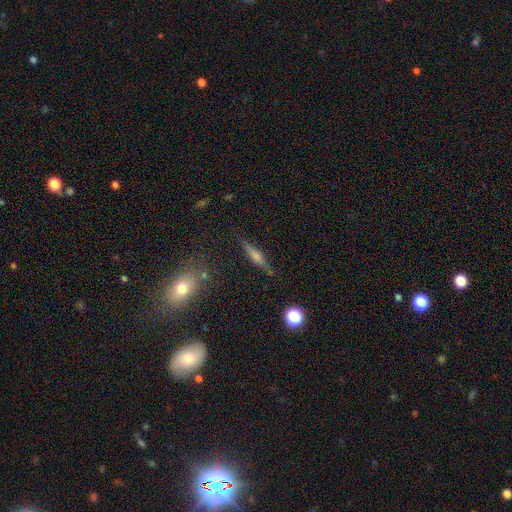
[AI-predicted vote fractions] A featured or disk galaxy (61%) viewed edge-on (95%) with a rounded central bulge (79%).

Vote fractions:
- Smooth or featured? featured or disk: 61% / smooth: 28% / star or artifact: 11%
- Edge-on disk? yes: 95% / no: 5%
- Edge-on bulge? rounded: 79% / boxy: 11% / none: 10%
- Merging? none: 85% / minor disturbance: 10% / major disturbance: 3% / merger: 2%